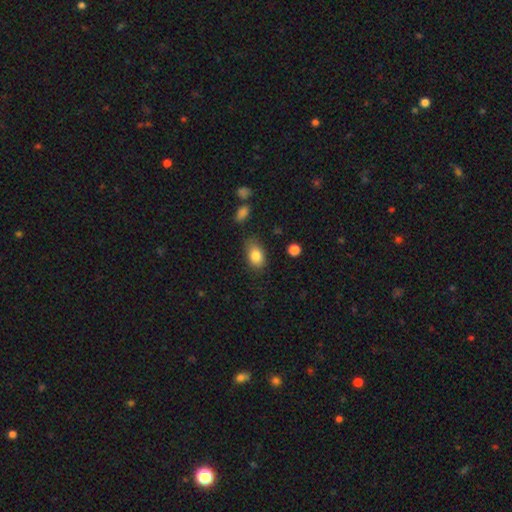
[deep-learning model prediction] smooth 84%, star or artifact 8%, featured or disk 8%. Down the decision tree: how rounded — in between (83%); merging — none (72%).